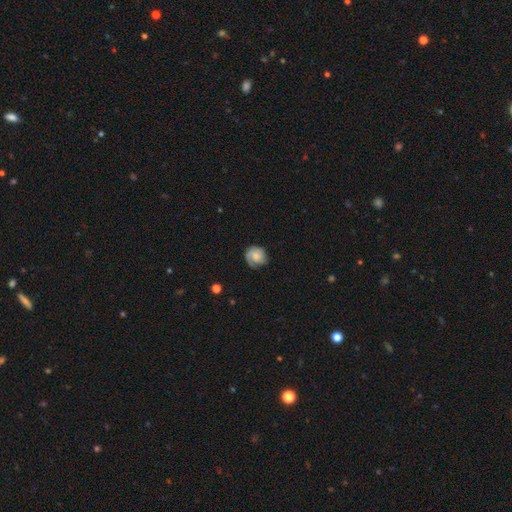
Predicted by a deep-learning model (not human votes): Smooth or featured?
  - featured or disk: 50% *
  - smooth: 43%
  - star or artifact: 8%
Merging?
  - none: 67% *
  - minor disturbance: 23%
  - major disturbance: 9%
  - merger: 1%